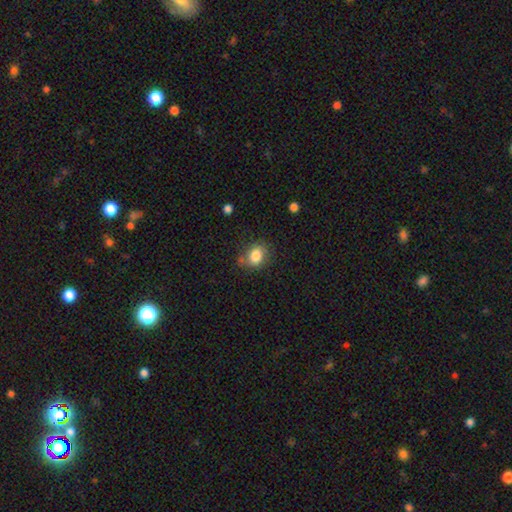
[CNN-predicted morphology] smooth-or-featured: smooth: 83% | star or artifact: 9% | featured or disk: 8%
  how-rounded: in between: 59% | round: 40% | cigar-shaped: 1%
  merging: none: 70% | minor disturbance: 20% | major disturbance: 5% | merger: 4%